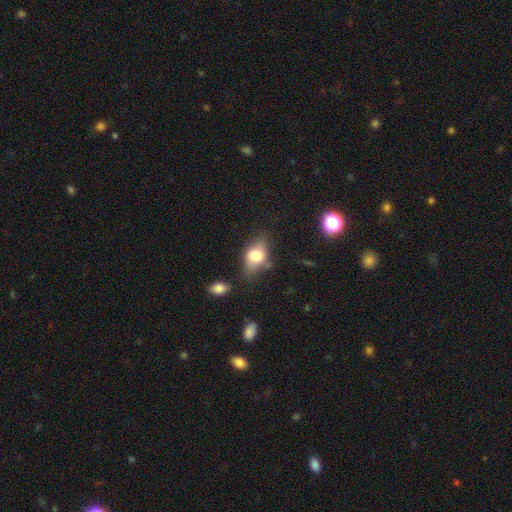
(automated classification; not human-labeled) A smooth galaxy with no disk features (71%) that is in between round and cigar-shaped (73%).

Vote fractions:
- Smooth or featured? smooth: 71% / featured or disk: 19% / star or artifact: 10%
- How rounded? in between: 73% / round: 24% / cigar-shaped: 2%
- Merging? none: 55% / minor disturbance: 29% / major disturbance: 11% / merger: 6%